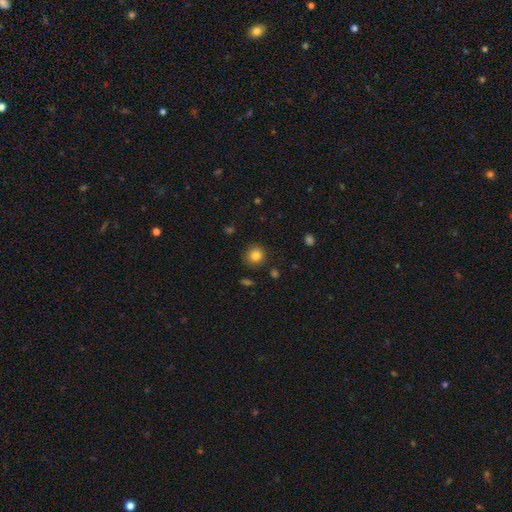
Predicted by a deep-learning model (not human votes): Q: Smooth or featured?
A: smooth (83%); runner-up: star or artifact (11%)
Q: How rounded?
A: round (90%); runner-up: in between (9%)
Q: Merging?
A: none (88%); runner-up: minor disturbance (8%)